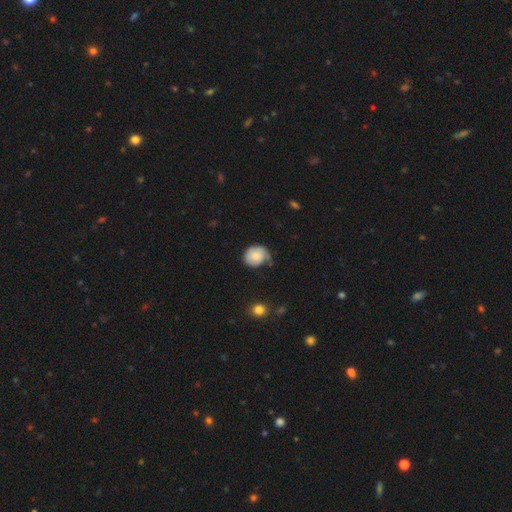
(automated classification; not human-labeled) This appears to be a smooth galaxy with no disk features (69%) that is round (69%). Merging: none (47%).